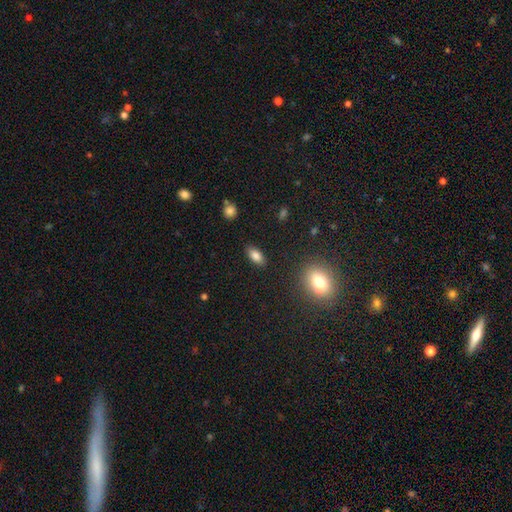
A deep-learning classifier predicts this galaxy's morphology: This is clearly a smooth galaxy (83%). How rounded: clearly in between (88%). Merging: clearly none (87%).